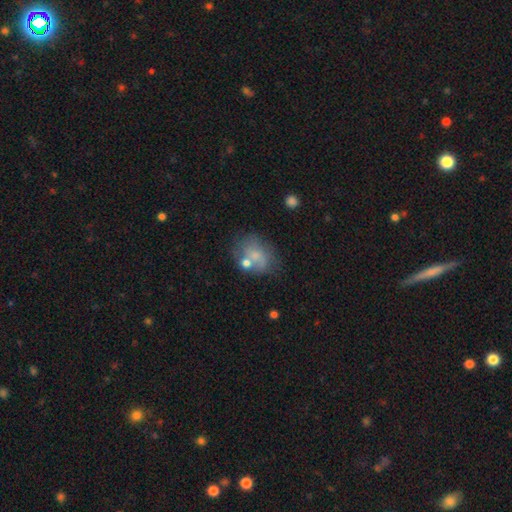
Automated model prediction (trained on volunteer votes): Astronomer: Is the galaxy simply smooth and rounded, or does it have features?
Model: smooth — 58%.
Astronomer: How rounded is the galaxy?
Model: in between — 57% (runner-up: round, 41%).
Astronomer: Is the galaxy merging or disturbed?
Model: none — 44% (runner-up: minor disturbance, 22%).